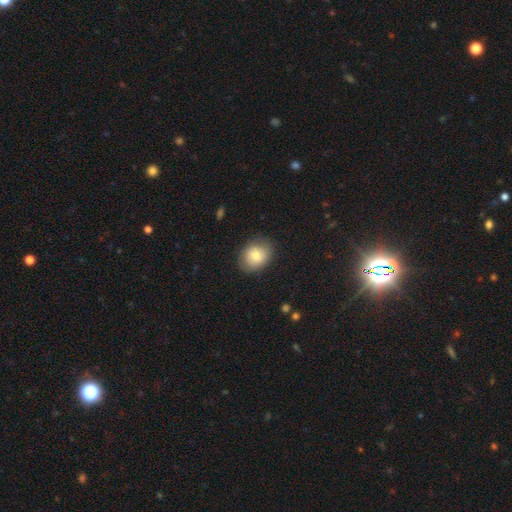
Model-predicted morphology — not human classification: Q: Smooth or featured?
A: smooth (78%); runner-up: featured or disk (14%)
Q: How rounded?
A: in between (53%); runner-up: round (46%)
Q: Merging?
A: none (82%); runner-up: minor disturbance (14%)